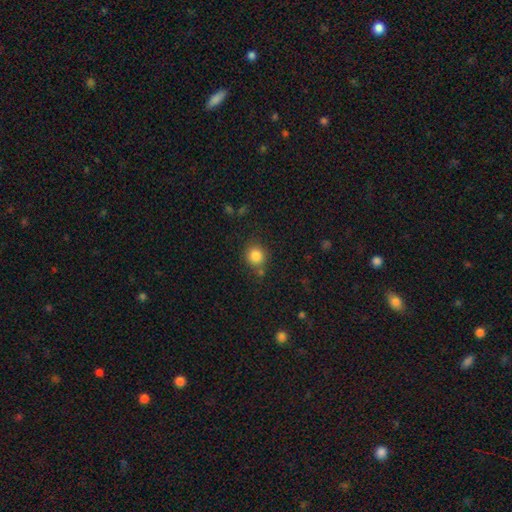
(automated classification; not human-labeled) Morphology: type=smooth (84%); roundness=round (88%); merging=none (76%).